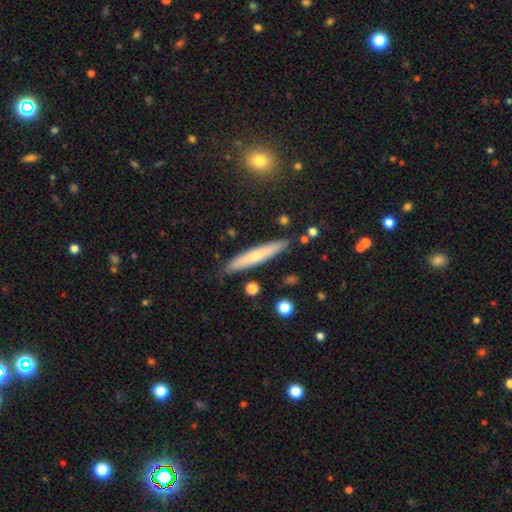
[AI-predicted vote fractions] smooth 57%, featured or disk 37%, star or artifact 7%. Down the decision tree: how rounded — cigar-shaped (91%); merging — none (87%).